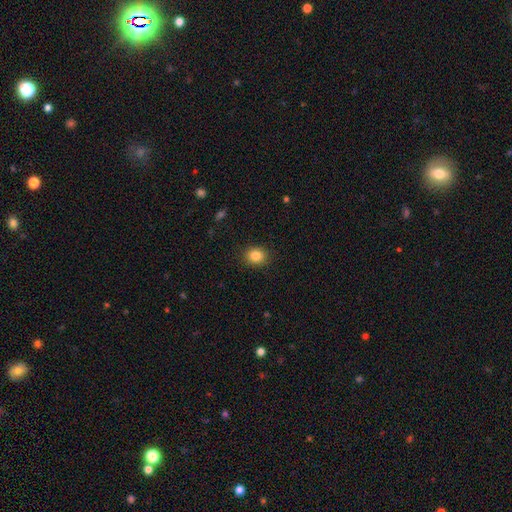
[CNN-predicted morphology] smooth_or_featured: smooth (p=0.84) [alt: star or artifact p=0.10]
how_rounded: round (p=0.66) [alt: in between p=0.33]
merging: none (p=0.90) [alt: minor disturbance p=0.07]